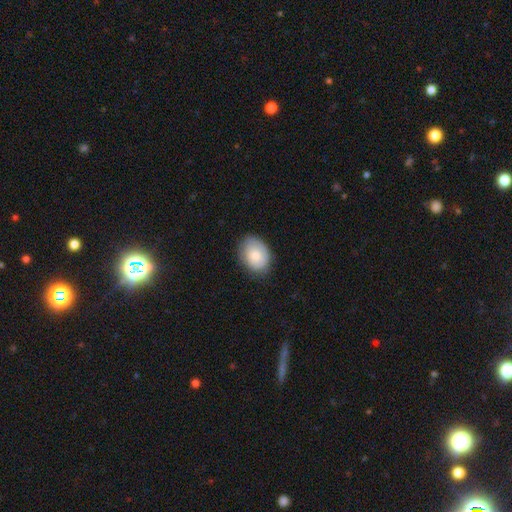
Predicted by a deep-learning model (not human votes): A smooth galaxy with no disk features (78%) that is in between round and cigar-shaped (66%). Merging: none (77%).